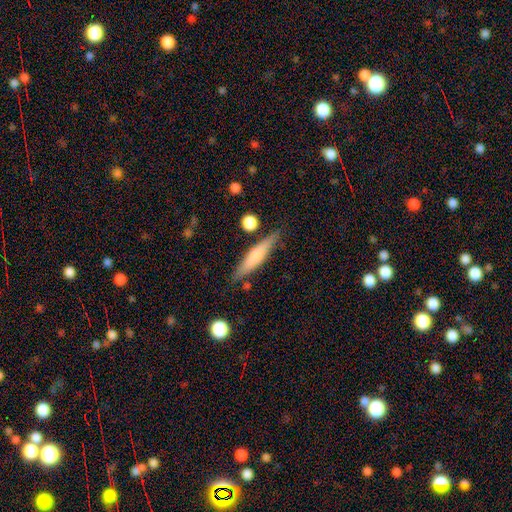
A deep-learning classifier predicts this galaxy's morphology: This is possibly a smooth galaxy (58%). How rounded: clearly cigar-shaped (84%). Merging: clearly none (81%).